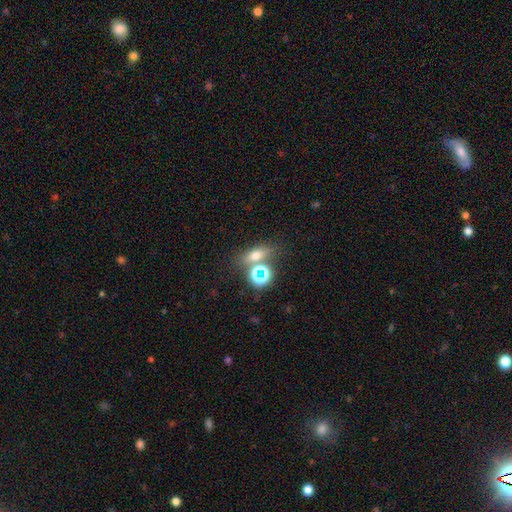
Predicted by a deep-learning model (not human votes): The model was most divided on "how rounded": in between: 60%, round: 29%, cigar-shaped: 11%. More confident: merging — none (61%); smooth or featured — smooth (60%).